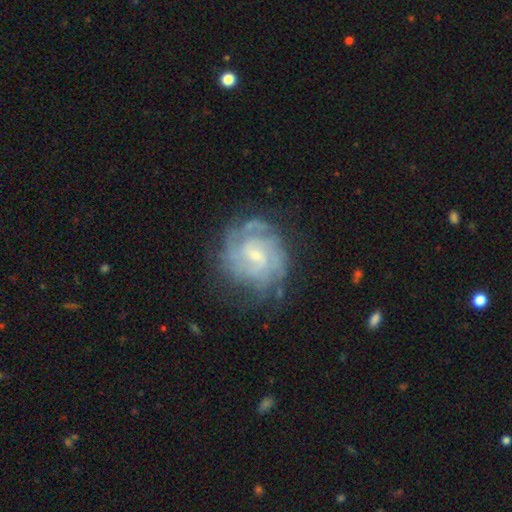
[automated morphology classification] Q: Smooth or featured?
A: featured or disk (80%); runner-up: smooth (13%)
Q: Edge-on disk?
A: no (98%); runner-up: yes (2%)
Q: Bar?
A: weak (55%); runner-up: no (36%)
Q: Spiral arms?
A: yes (91%); runner-up: no (9%)
Q: Spiral winding?
A: tight (63%); runner-up: medium (30%)
Q: Spiral arm count?
A: can't tell (41%); runner-up: 2 (25%)
Q: Bulge size?
A: small (52%); runner-up: moderate (38%)
Q: Merging?
A: none (68%); runner-up: minor disturbance (20%)